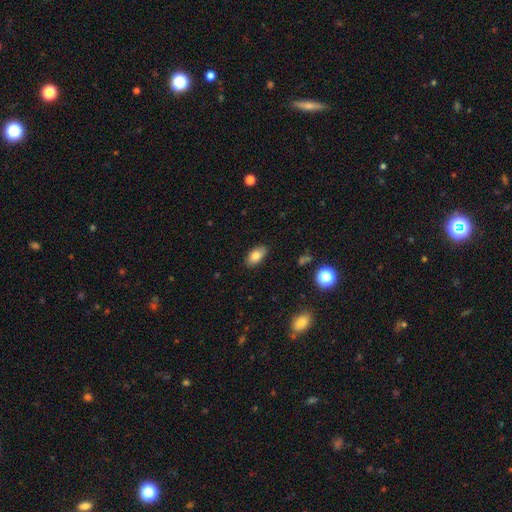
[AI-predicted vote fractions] A smooth galaxy with no disk features (82%) that is in between round and cigar-shaped (91%).

Vote fractions:
- Smooth or featured? smooth: 82% / featured or disk: 10% / star or artifact: 8%
- How rounded? in between: 91% / round: 6% / cigar-shaped: 3%
- Merging? none: 86% / minor disturbance: 11% / major disturbance: 2% / merger: 1%